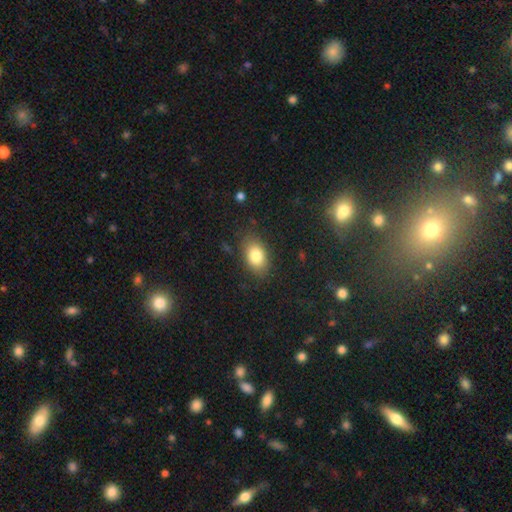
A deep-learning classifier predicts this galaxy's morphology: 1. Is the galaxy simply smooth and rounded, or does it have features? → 81% smooth, 10% featured or disk, 9% star or artifact.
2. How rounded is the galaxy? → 84% in between, 15% round, 2% cigar-shaped.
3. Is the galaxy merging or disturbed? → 83% none, 12% minor disturbance, 4% major disturbance, 1% merger.